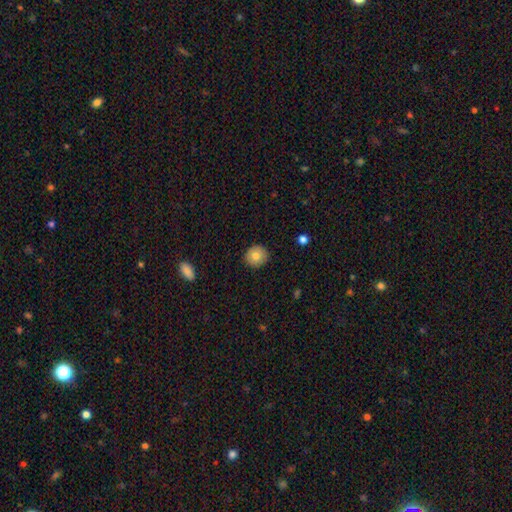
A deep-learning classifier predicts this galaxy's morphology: A smooth galaxy with no disk features (79%) that is round (85%).

Vote fractions:
- Smooth or featured? smooth: 79% / featured or disk: 13% / star or artifact: 8%
- How rounded? round: 85% / in between: 14% / cigar-shaped: 1%
- Merging? none: 90% / minor disturbance: 8% / major disturbance: 2% / merger: 1%